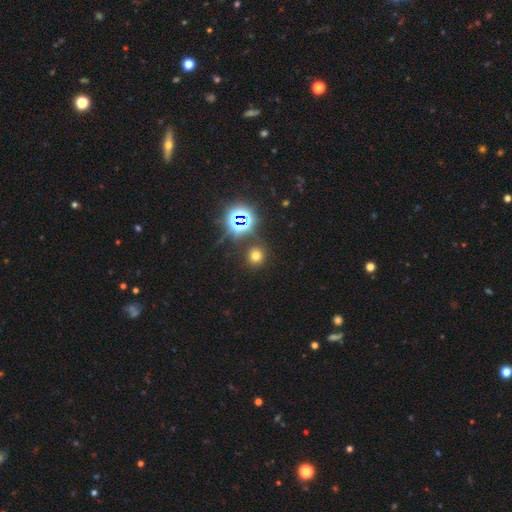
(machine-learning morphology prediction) Smooth or featured: smooth — 64% (star or artifact — 29%)
How rounded: round — 89% (in between — 10%)
Merging: none — 86% (minor disturbance — 7%)